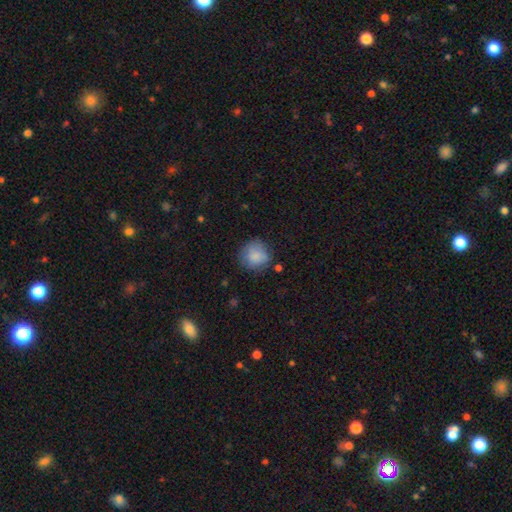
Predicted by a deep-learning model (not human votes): Overall: smooth (84%). How rounded: round (87%). Merging: none (72%).